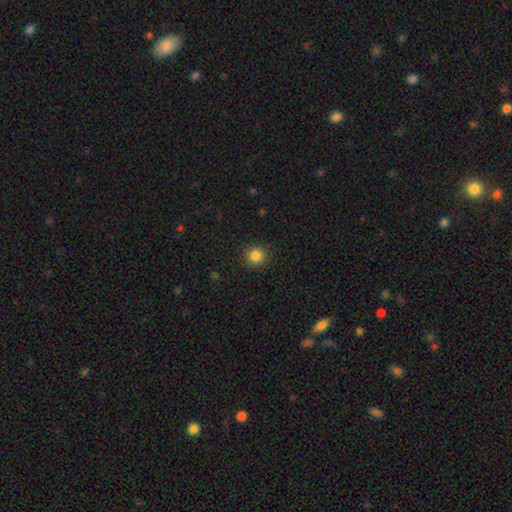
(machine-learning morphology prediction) Smooth or featured? smooth (85%)
How rounded? round (90%)
Merging? none (90%)